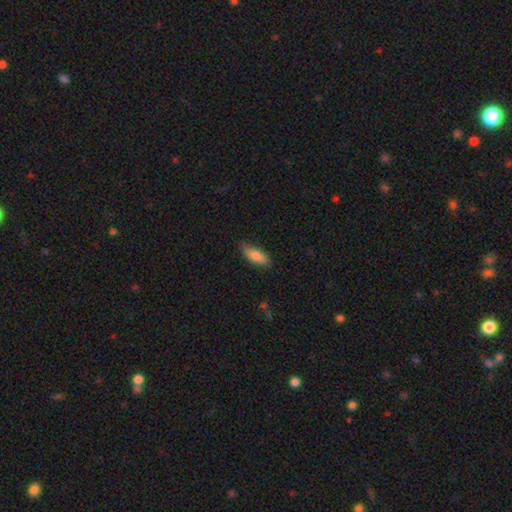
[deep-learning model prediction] smooth 80%, featured or disk 14%, star or artifact 6%. Down the decision tree: how rounded — in between (68%); merging — none (78%).